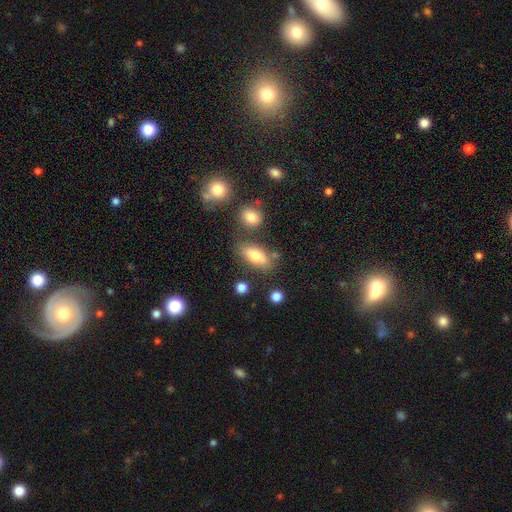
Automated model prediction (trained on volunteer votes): The model was most divided on "merging": none: 71%, minor disturbance: 15%, merger: 9%, major disturbance: 5%. More confident: how rounded — in between (76%); smooth or featured — smooth (75%).